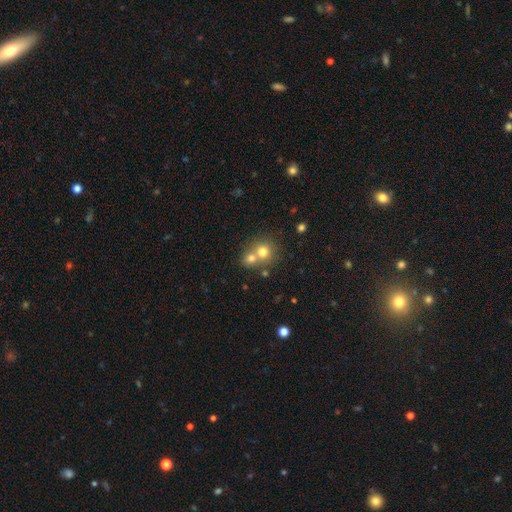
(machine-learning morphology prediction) smooth_or_featured: smooth (p=0.68) [alt: star or artifact p=0.16]
how_rounded: round (p=0.84) [alt: in between p=0.15]
merging: merger (p=0.49) [alt: none p=0.43]